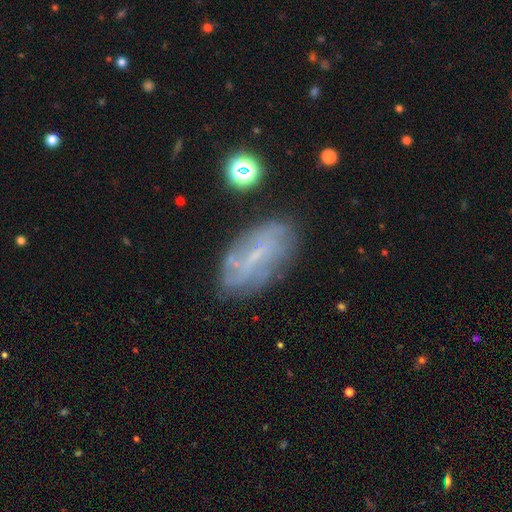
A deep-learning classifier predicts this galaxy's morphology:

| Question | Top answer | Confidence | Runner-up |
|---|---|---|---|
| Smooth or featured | featured or disk | 61% | smooth (29%) |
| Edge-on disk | no | 91% | yes (9%) |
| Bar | weak | 46% | no (32%) |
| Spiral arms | yes | 70% | no (30%) |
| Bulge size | small | 58% | none (30%) |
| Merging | none | 71% | minor disturbance (18%) |